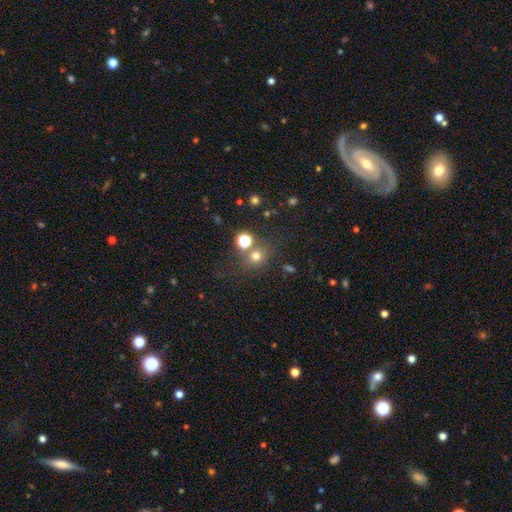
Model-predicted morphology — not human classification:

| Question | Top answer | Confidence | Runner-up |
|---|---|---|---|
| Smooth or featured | smooth | 69% | star or artifact (22%) |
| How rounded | round | 81% | in between (18%) |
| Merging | none | 69% | merger (15%) |